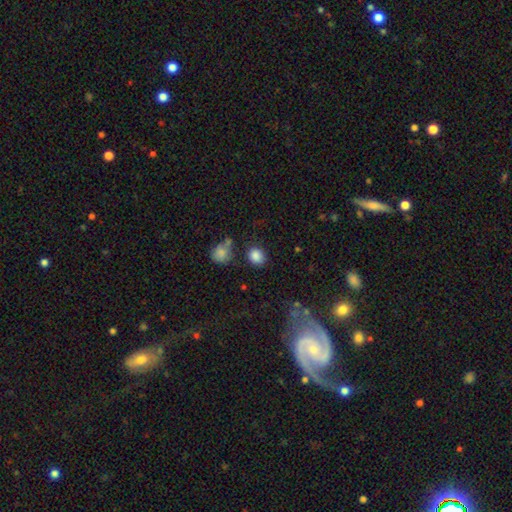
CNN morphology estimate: Smooth or featured? smooth (86%)
How rounded? round (62%)
Merging? none (77%)